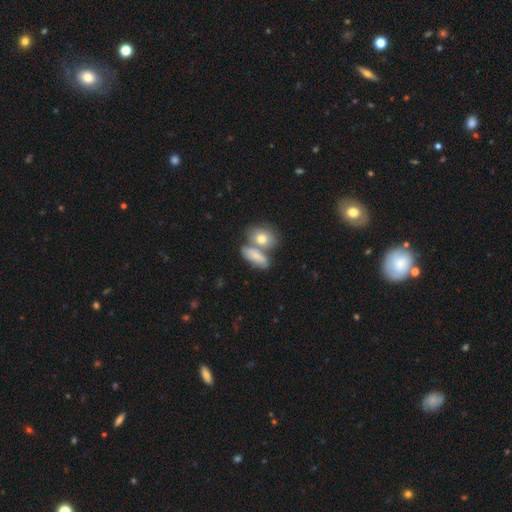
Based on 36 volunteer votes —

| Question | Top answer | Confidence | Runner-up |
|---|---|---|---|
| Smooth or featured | smooth | 75% | featured or disk (19%) |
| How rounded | in between | 85% | round (7%) |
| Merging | merger | 59% | none (41%) |